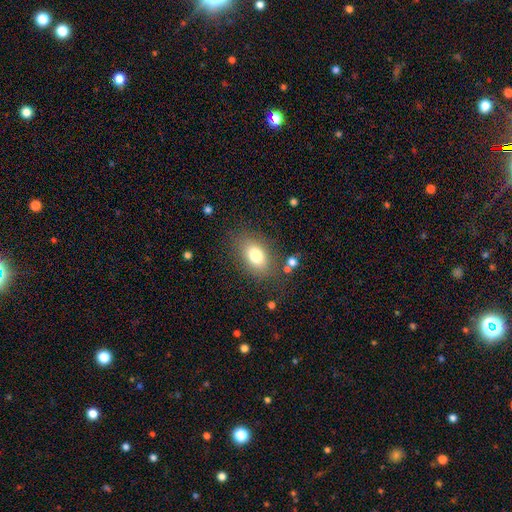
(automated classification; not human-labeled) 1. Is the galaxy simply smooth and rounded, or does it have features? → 78% smooth, 12% featured or disk, 10% star or artifact.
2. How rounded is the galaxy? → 83% in between, 15% round, 2% cigar-shaped.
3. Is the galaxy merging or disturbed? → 78% none, 14% minor disturbance, 6% major disturbance, 3% merger.